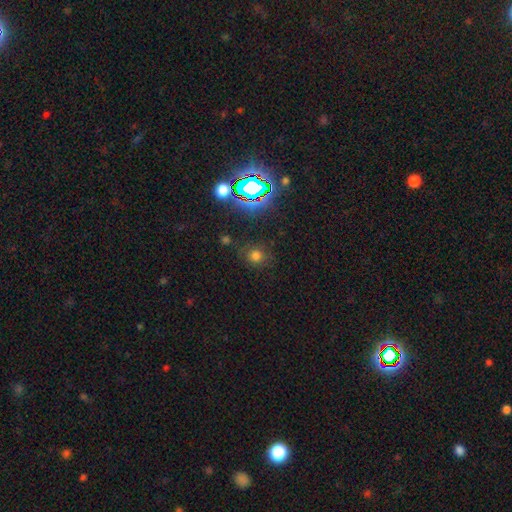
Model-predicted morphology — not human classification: Overall: smooth (64%; star or artifact 28%). How rounded: round (83%). Merging: none (79%).